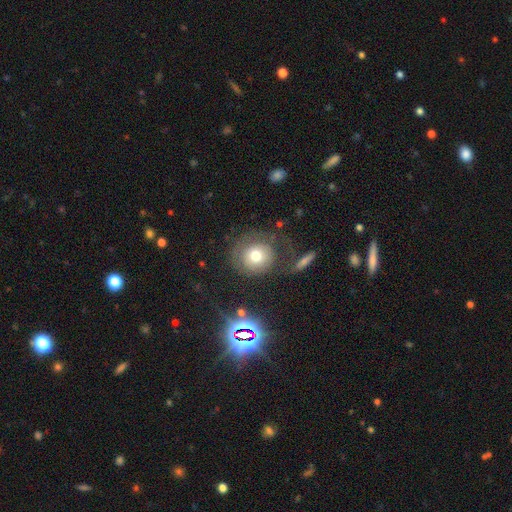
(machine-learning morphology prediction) type=smooth (66%); roundness=round (85%); merging=none (60%).